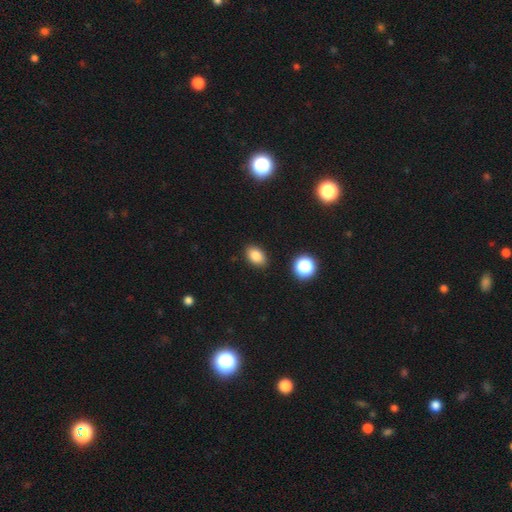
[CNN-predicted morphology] A smooth galaxy with no disk features (84%) that is in between round and cigar-shaped (85%).

Vote fractions:
- Smooth or featured? smooth: 84% / star or artifact: 11% / featured or disk: 5%
- How rounded? in between: 85% / round: 14% / cigar-shaped: 1%
- Merging? none: 87% / minor disturbance: 9% / major disturbance: 2% / merger: 2%